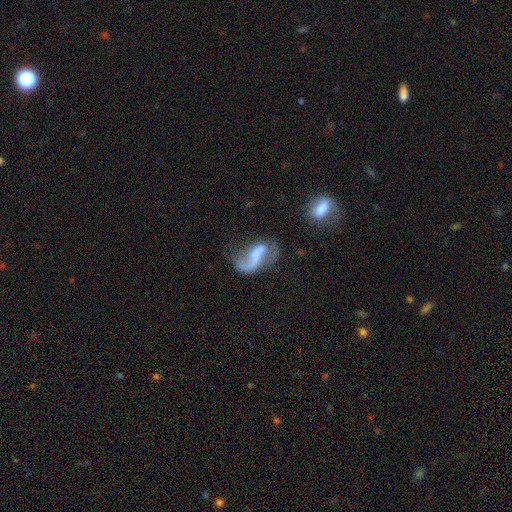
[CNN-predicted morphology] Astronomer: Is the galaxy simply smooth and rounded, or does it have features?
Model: featured or disk — 77%.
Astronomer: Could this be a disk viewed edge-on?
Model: no — 97%.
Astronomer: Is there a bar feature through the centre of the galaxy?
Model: weak — 44% (runner-up: no, 33%).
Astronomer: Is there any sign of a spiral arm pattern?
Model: yes — 89%.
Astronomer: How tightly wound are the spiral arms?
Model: loose — 68%.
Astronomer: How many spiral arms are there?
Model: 2 — 69%.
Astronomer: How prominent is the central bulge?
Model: none — 45% (runner-up: small, 26%).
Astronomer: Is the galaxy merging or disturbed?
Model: none — 45% (runner-up: major disturbance, 27%).